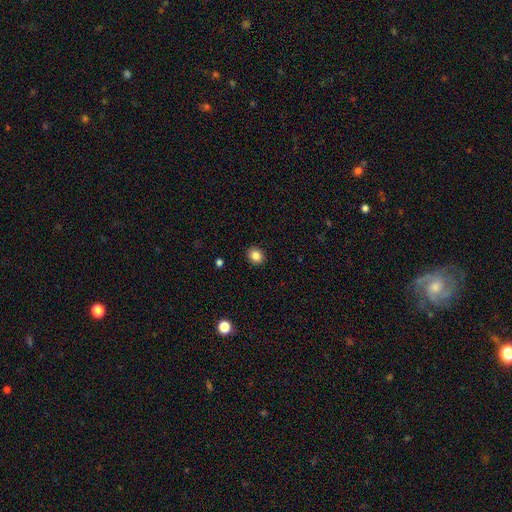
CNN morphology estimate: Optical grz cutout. It shows a smooth galaxy with no disk features (85%) that is round (70%). Merging: none (91%).